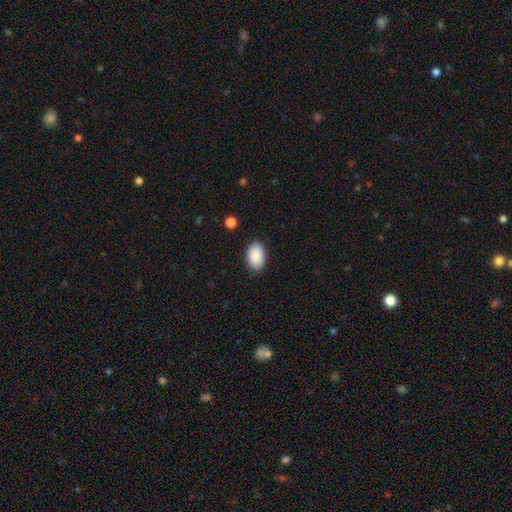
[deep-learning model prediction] Smooth or featured?
  - smooth: 89% *
  - star or artifact: 6%
  - featured or disk: 4%
How rounded?
  - in between: 92% *
  - round: 7%
  - cigar-shaped: 1%
Merging?
  - none: 85% *
  - minor disturbance: 11%
  - major disturbance: 2%
  - merger: 1%